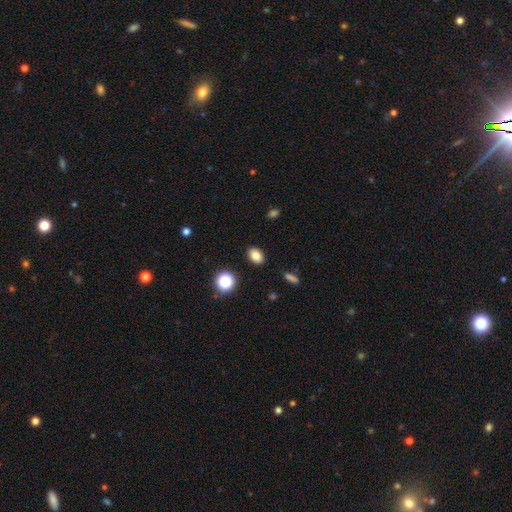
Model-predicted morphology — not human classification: Smooth or featured? smooth (83%)
How rounded? in between (76%)
Merging? none (88%)